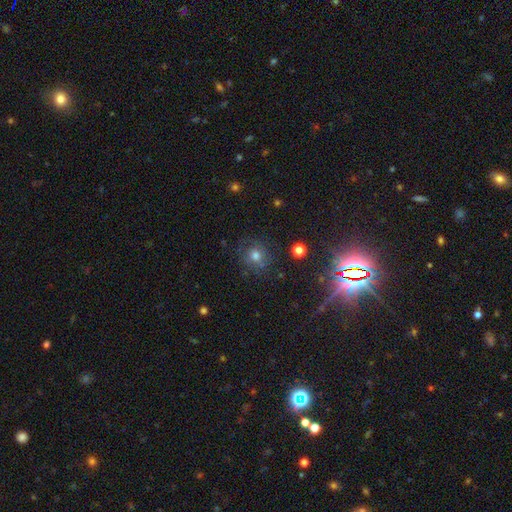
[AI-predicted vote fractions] This appears to be a smooth galaxy with no disk features (50%) that is round (86%). Merging: none (76%).